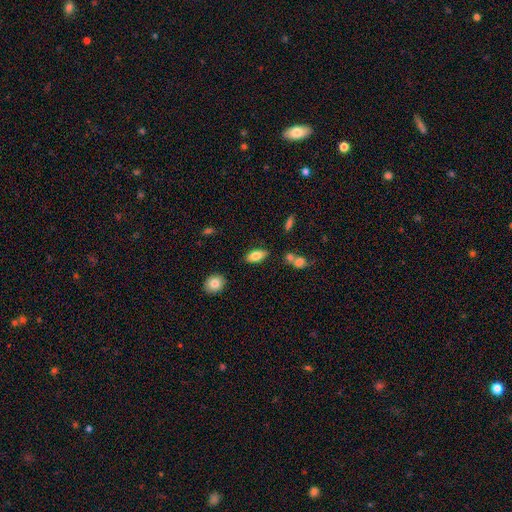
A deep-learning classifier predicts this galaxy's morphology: A smooth galaxy with no disk features (79%) that is in between round and cigar-shaped (89%).

Vote fractions:
- Smooth or featured? smooth: 79% / featured or disk: 13% / star or artifact: 8%
- How rounded? in between: 89% / cigar-shaped: 8% / round: 3%
- Merging? none: 80% / minor disturbance: 12% / merger: 5% / major disturbance: 3%